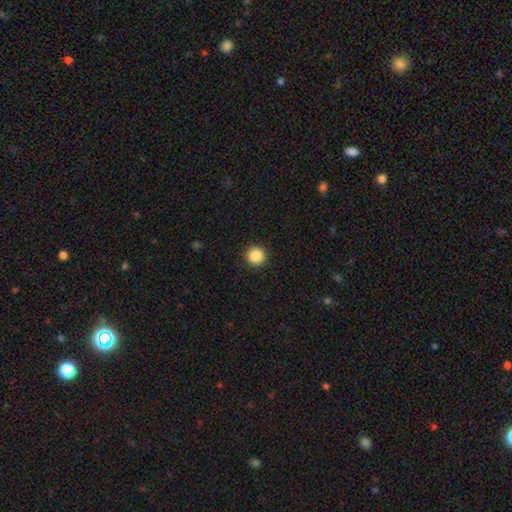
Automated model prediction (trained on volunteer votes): A smooth galaxy with no disk features (87%) that is round (95%).

Vote fractions:
- Smooth or featured? smooth: 87% / star or artifact: 9% / featured or disk: 3%
- How rounded? round: 95% / in between: 4% / cigar-shaped: 1%
- Merging? none: 93% / minor disturbance: 5% / major disturbance: 2% / merger: 1%